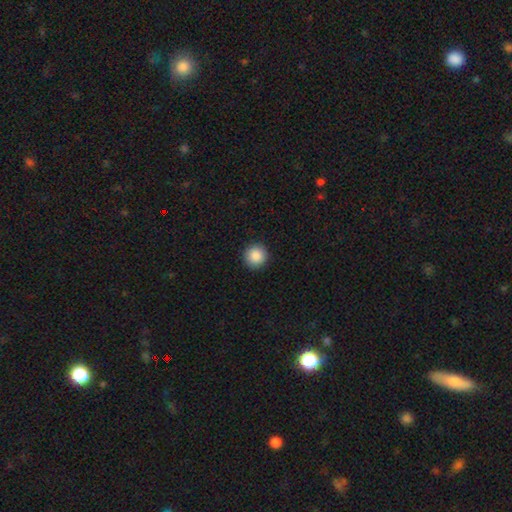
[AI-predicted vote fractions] Smooth or featured: smooth — 89% (star or artifact — 8%)
How rounded: round — 95% (in between — 4%)
Merging: none — 92% (minor disturbance — 5%)